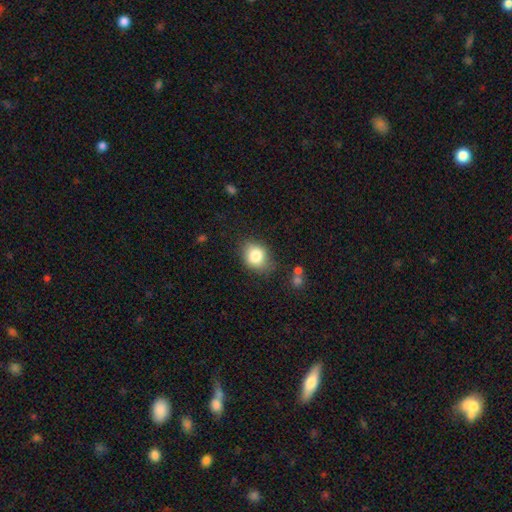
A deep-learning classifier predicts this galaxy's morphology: Smooth or featured?
  - smooth: 82% *
  - star or artifact: 9%
  - featured or disk: 9%
How rounded?
  - in between: 52% *
  - round: 47%
  - cigar-shaped: 1%
Merging?
  - none: 72% *
  - minor disturbance: 20%
  - major disturbance: 5%
  - merger: 3%